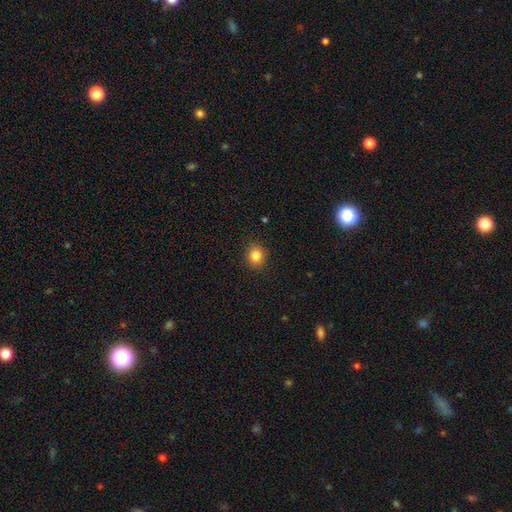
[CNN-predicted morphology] Smooth or featured: smooth — 84% (star or artifact — 11%)
How rounded: round — 79% (in between — 20%)
Merging: none — 90% (minor disturbance — 7%)